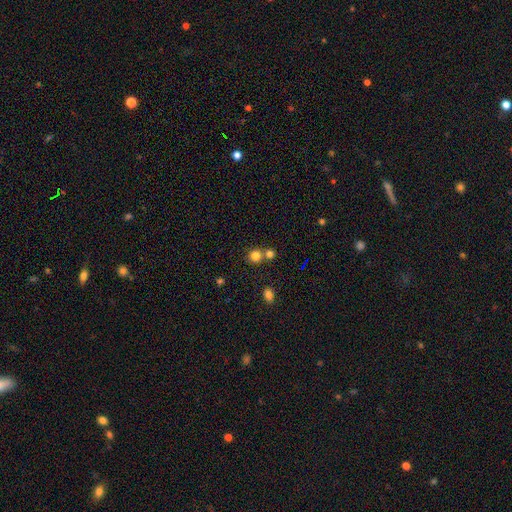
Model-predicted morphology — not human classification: Q: Smooth or featured?
A: smooth (80%); runner-up: star or artifact (13%)
Q: How rounded?
A: round (88%); runner-up: in between (11%)
Q: Merging?
A: none (60%); runner-up: merger (30%)